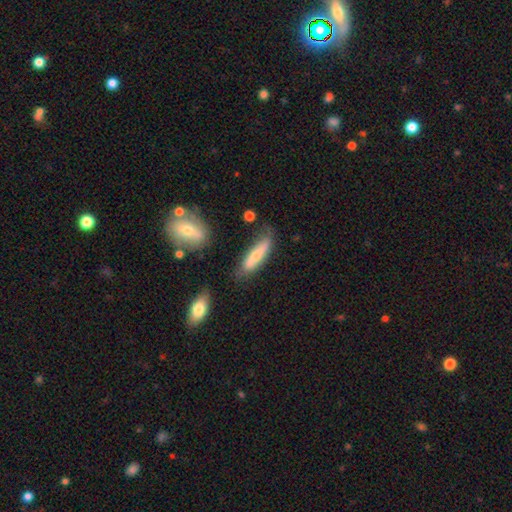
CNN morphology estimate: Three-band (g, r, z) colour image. It shows a smooth galaxy with no disk features (61%) that is cigar-shaped (69%). Merging: none (62%).